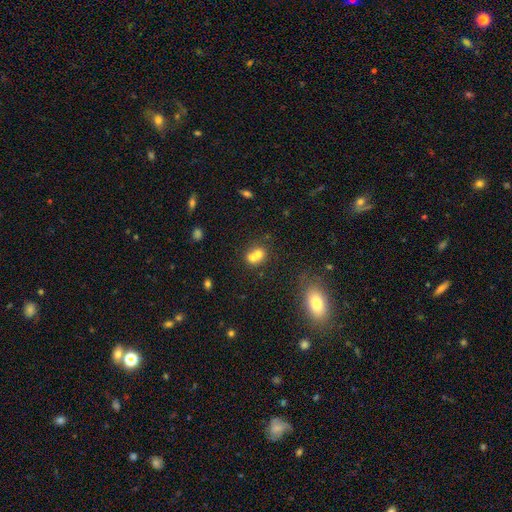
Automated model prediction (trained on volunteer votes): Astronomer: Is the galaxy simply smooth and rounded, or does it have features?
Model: smooth — 67%.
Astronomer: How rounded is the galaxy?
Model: round — 74%.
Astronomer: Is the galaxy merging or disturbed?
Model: merger — 61%.